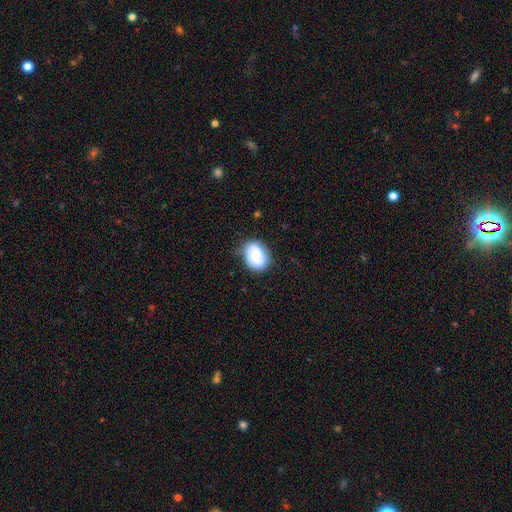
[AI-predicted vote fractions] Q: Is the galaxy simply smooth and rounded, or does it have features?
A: smooth — 61%.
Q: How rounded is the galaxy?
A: in between — 71%.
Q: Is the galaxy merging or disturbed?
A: none — 70%.